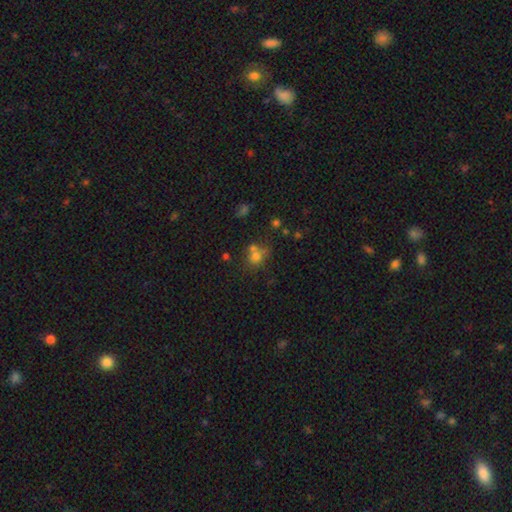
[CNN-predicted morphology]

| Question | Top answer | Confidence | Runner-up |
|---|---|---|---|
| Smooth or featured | smooth | 68% | star or artifact (18%) |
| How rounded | round | 75% | in between (24%) |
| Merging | none | 46% | merger (36%) |